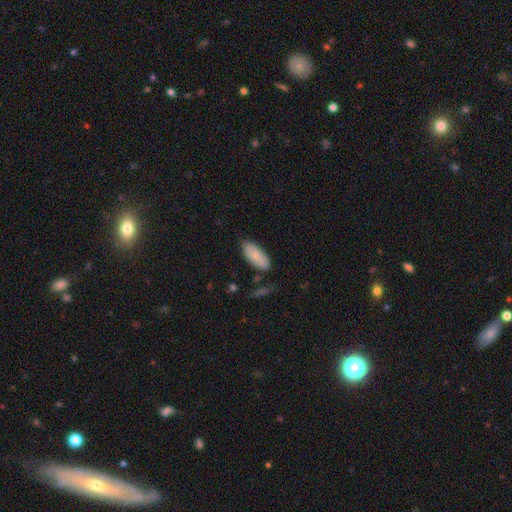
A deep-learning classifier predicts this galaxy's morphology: type=smooth (81%); roundness=in between (90%); merging=none (76%).